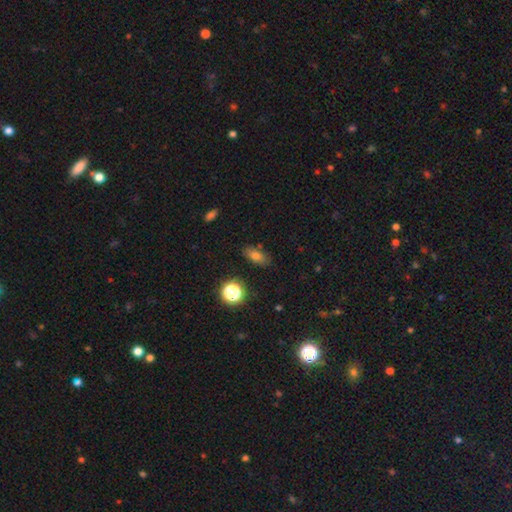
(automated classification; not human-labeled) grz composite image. It shows a smooth galaxy with no disk features (73%) that is in between round and cigar-shaped (78%). Merging: none (82%).